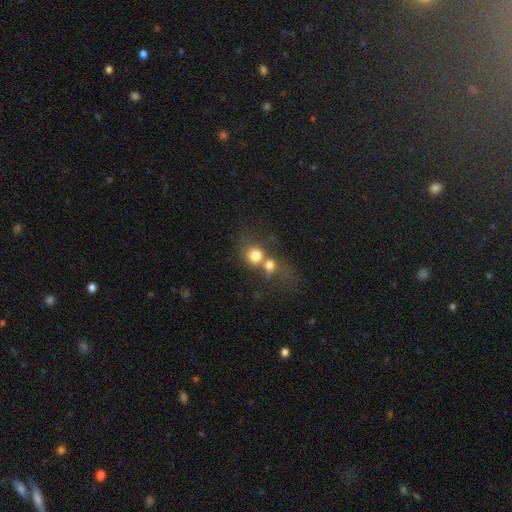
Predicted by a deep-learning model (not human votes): Morphology: type=smooth (72%); roundness=round (75%); merging=merger (68%).